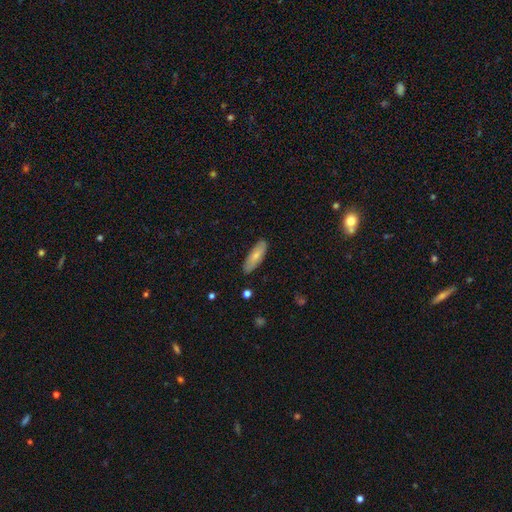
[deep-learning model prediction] Morphology: type=smooth (74%); roundness=in between (58%); merging=none (85%).